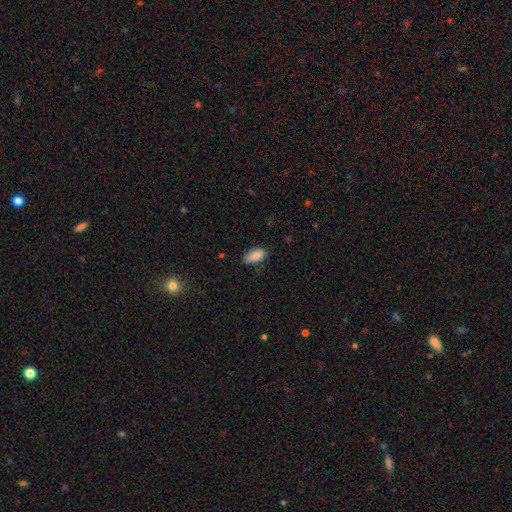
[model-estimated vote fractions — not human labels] smooth_or_featured: smooth (p=0.86) [alt: star or artifact p=0.07]
how_rounded: in between (p=0.92) [alt: cigar-shaped p=0.06]
merging: none (p=0.69) [alt: minor disturbance p=0.25]